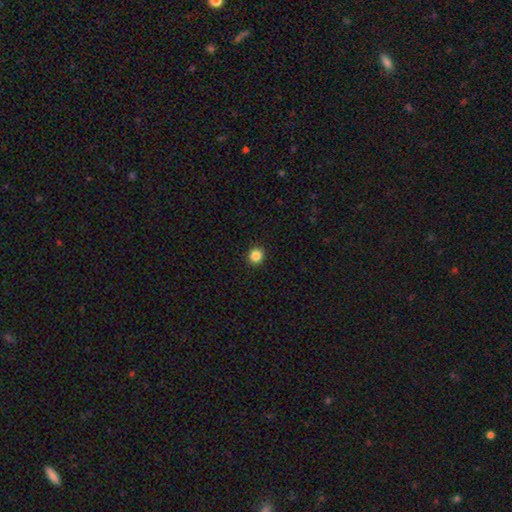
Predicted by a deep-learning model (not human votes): Smooth or featured? smooth (85%)
How rounded? round (92%)
Merging? none (93%)